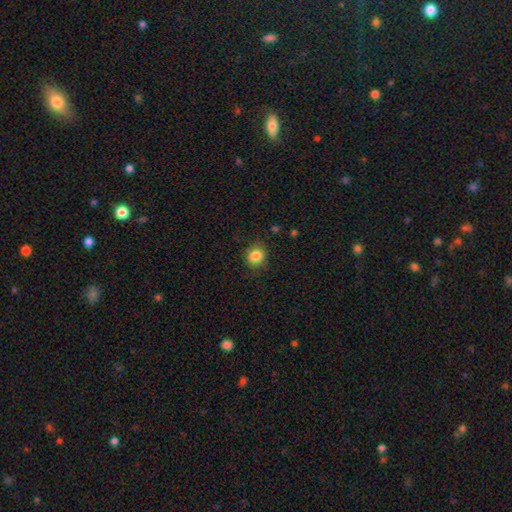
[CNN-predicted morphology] Overall: smooth (85%). How rounded: round (80%). Merging: none (85%).